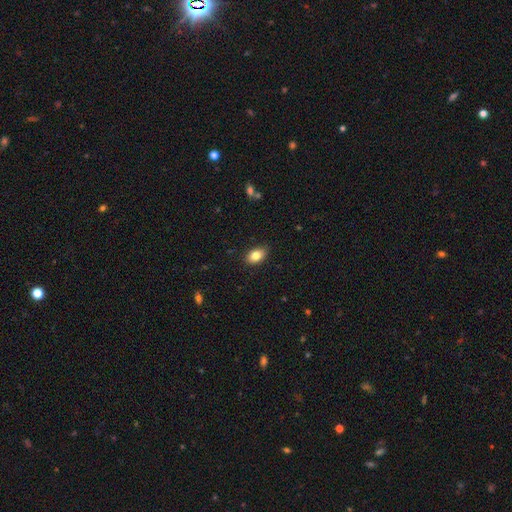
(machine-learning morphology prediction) smooth 83%, featured or disk 9%, star or artifact 8%. Down the decision tree: how rounded — in between (88%); merging — none (85%).